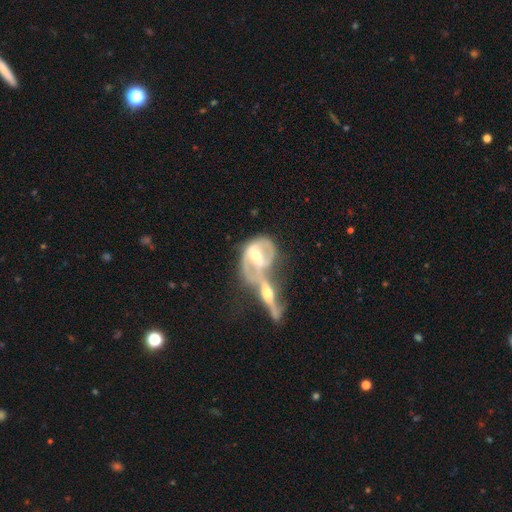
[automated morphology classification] This is clearly a featured or disk galaxy (81%). It is clearly not viewed edge-on (86%). Bar: marginally weak (39%). Spiral arm pattern: likely yes (76%). Spiral arm count: likely 2 (65%). Spiral winding: marginally medium (41%). Central bulge: likely moderate (64%). Merging: likely merger (67%).